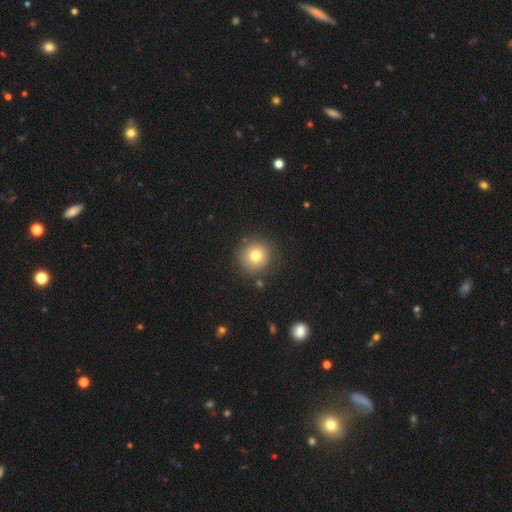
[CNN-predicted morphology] smooth 77%, star or artifact 12%, featured or disk 11%. Down the decision tree: how rounded — round (94%); merging — none (87%).